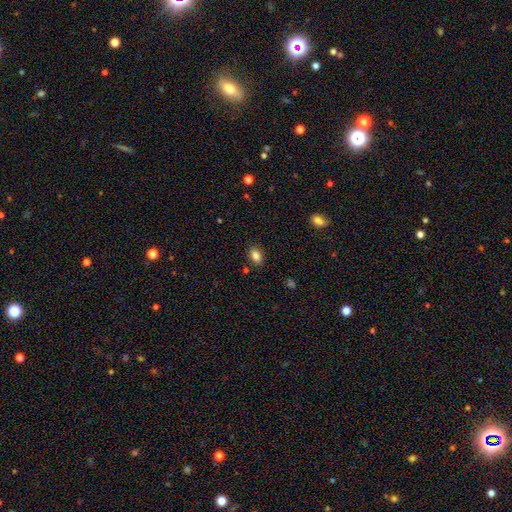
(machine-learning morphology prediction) smooth-or-featured: smooth: 85% | star or artifact: 10% | featured or disk: 6%
  how-rounded: in between: 85% | round: 13% | cigar-shaped: 2%
  merging: none: 85% | minor disturbance: 10% | major disturbance: 3% | merger: 2%